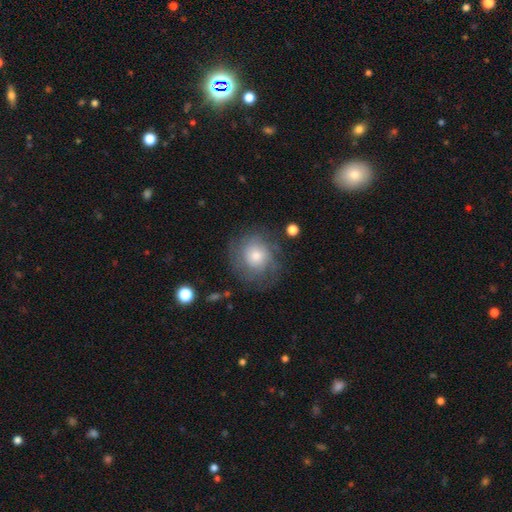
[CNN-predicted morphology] Q: Smooth or featured?
A: featured or disk (46%); runner-up: smooth (44%)
Q: Merging?
A: none (73%); runner-up: minor disturbance (16%)